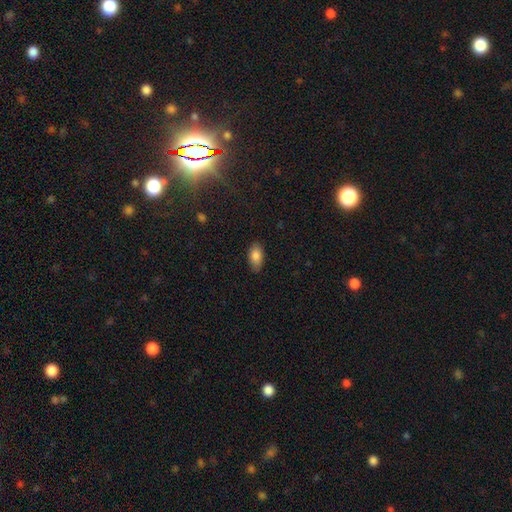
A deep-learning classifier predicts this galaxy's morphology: type=smooth (85%); roundness=in between (92%); merging=none (83%).